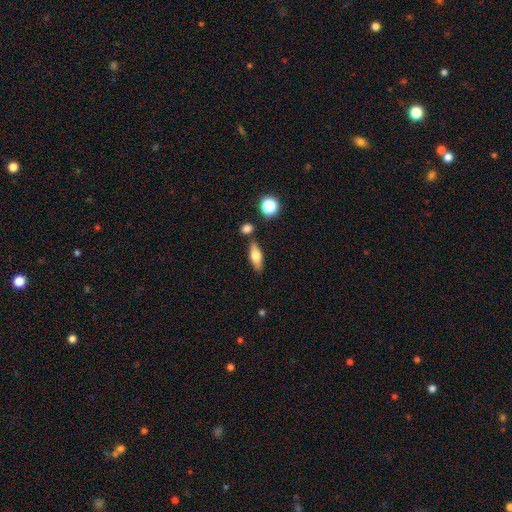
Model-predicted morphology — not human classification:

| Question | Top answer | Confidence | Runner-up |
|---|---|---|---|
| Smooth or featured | smooth | 59% | featured or disk (33%) |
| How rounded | in between | 59% | cigar-shaped (36%) |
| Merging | none | 80% | minor disturbance (10%) |